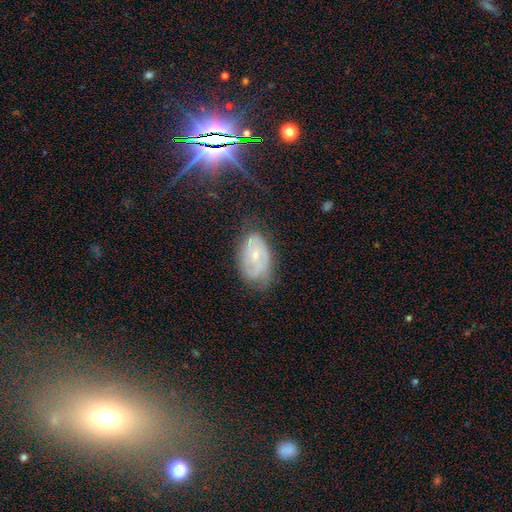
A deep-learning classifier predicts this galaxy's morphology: Smooth or featured: featured or disk — 71% (smooth — 20%)
Edge-on disk: no — 95% (yes — 5%)
Bar: no — 61% (weak — 32%)
Spiral arms: yes — 89% (no — 11%)
Spiral winding: tight — 54% (medium — 35%)
Spiral arm count: 2 — 41% (can't tell — 33%)
Bulge size: small — 67% (moderate — 28%)
Merging: none — 65% (minor disturbance — 25%)